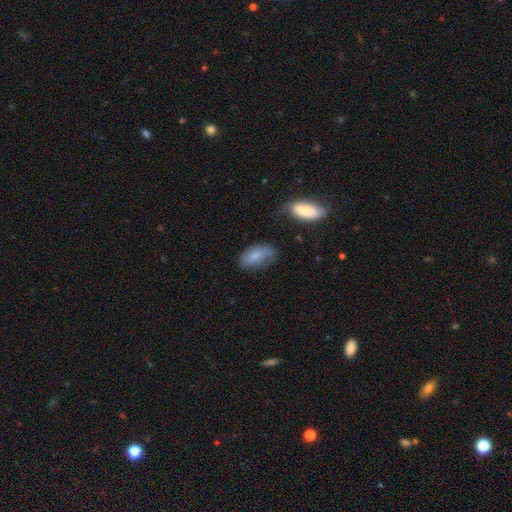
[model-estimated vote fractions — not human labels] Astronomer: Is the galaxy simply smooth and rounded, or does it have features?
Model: smooth — 77%.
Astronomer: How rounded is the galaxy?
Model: in between — 93%.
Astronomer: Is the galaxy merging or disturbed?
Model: none — 55% (runner-up: minor disturbance, 32%).